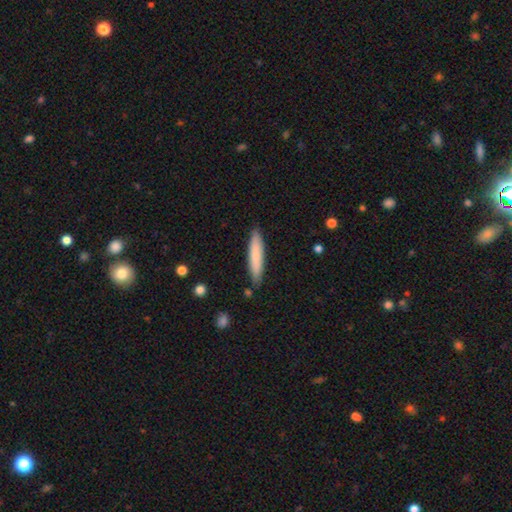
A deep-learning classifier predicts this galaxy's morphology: Overall: smooth (78%). How rounded: cigar-shaped (87%). Merging: none (86%).